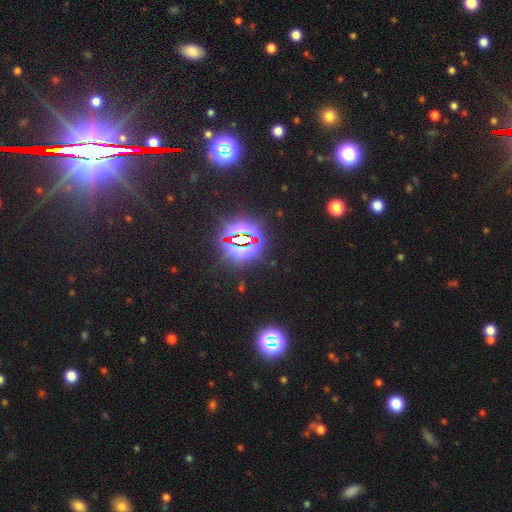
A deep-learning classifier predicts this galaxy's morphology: Overall: star or artifact (84%).